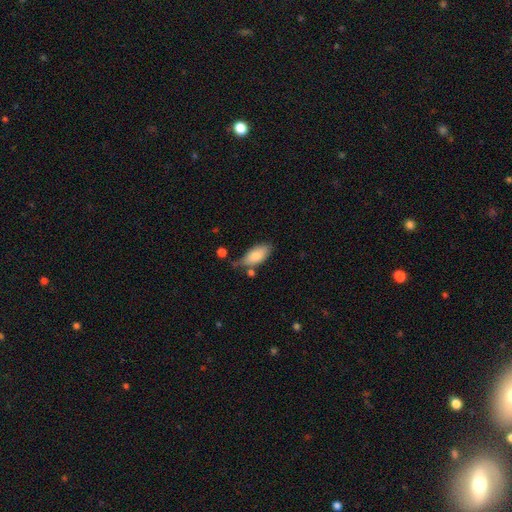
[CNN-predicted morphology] A smooth galaxy with no disk features (80%) that is in between round and cigar-shaped (90%). Merging: none (54%).